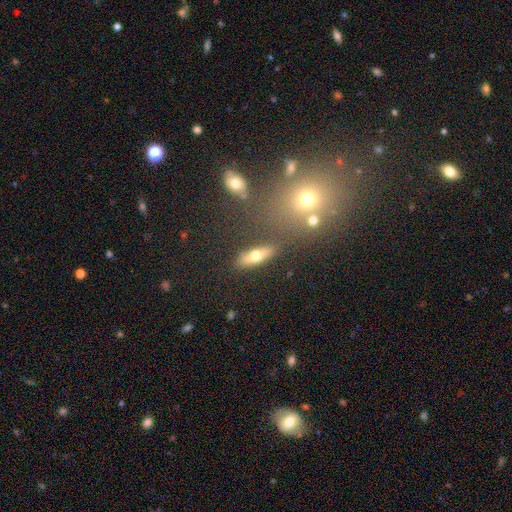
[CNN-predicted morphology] smooth 58%, featured or disk 33%, star or artifact 9%. Down the decision tree: how rounded — in between (49%); merging — none (82%).